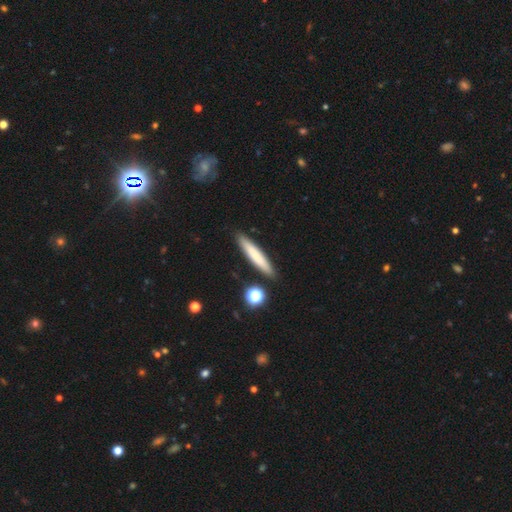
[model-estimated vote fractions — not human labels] Overall: smooth (73%). How rounded: cigar-shaped (92%). Merging: none (89%).